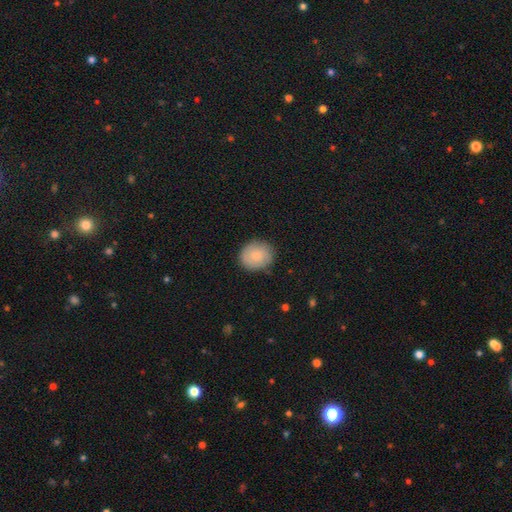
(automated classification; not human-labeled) Q: Smooth or featured?
A: smooth (81%); runner-up: featured or disk (13%)
Q: How rounded?
A: round (80%); runner-up: in between (19%)
Q: Merging?
A: none (85%); runner-up: minor disturbance (12%)